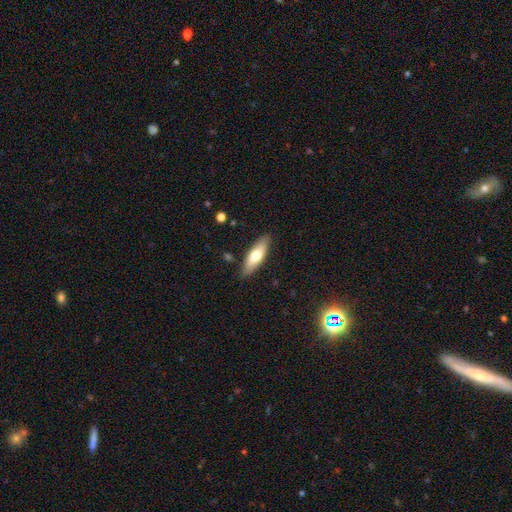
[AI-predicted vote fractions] Q: Smooth or featured?
A: smooth (66%); runner-up: featured or disk (28%)
Q: How rounded?
A: in between (58%); runner-up: cigar-shaped (40%)
Q: Merging?
A: none (85%); runner-up: minor disturbance (11%)